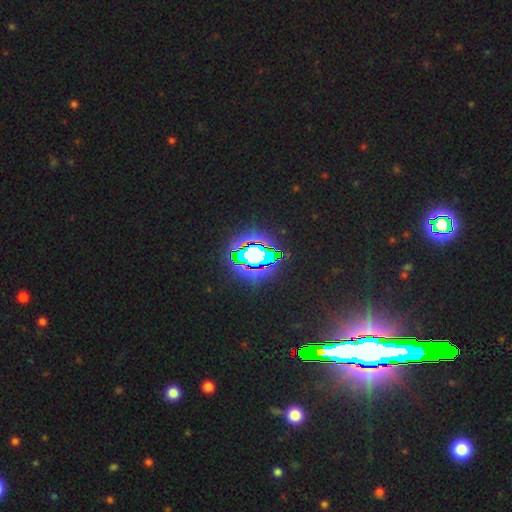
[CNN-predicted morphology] A star or artifact, not a galaxy (79%).